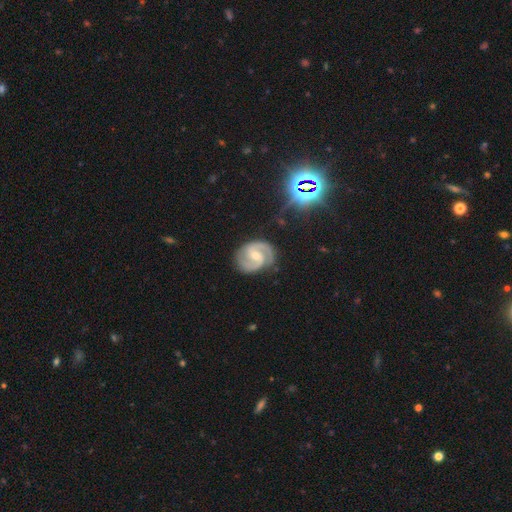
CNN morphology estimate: Smooth or featured: featured or disk — 90% (smooth — 6%)
Edge-on disk: no — 98% (yes — 2%)
Bar: weak — 51% (no — 32%)
Spiral arms: yes — 98% (no — 2%)
Spiral winding: medium — 53% (tight — 37%)
Spiral arm count: 2 — 92% (can't tell — 3%)
Bulge size: small — 51% (moderate — 44%)
Merging: none — 82% (minor disturbance — 13%)